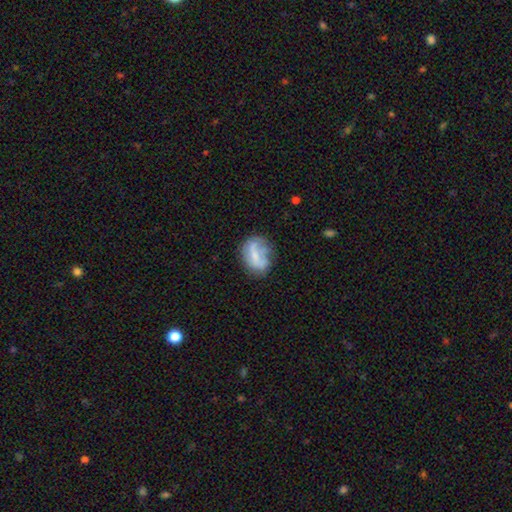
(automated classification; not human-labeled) smooth-or-featured: smooth: 53% | featured or disk: 38% | star or artifact: 9%
  how-rounded: in between: 64% | round: 34% | cigar-shaped: 2%
  merging: none: 45% | minor disturbance: 29% | major disturbance: 21% | merger: 5%